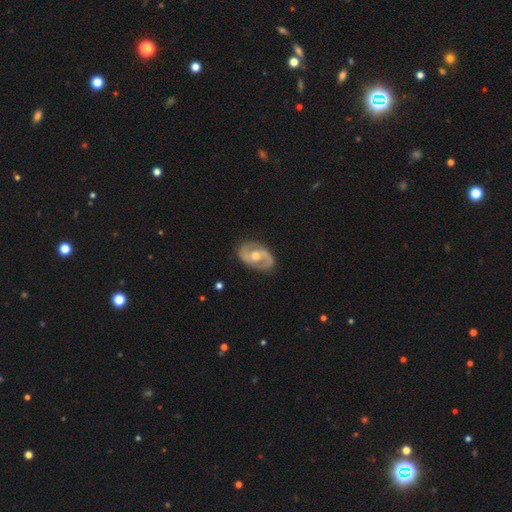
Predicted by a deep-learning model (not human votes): The model was most divided on "bar": no: 45%, weak: 42%, strong: 14%. More confident: edge-on disk — no (96%); spiral arm count — 2 (90%); spiral arms — yes (90%); merging — none (83%); smooth or featured — featured or disk (83%); bulge size — moderate (73%); spiral winding — medium (51%).